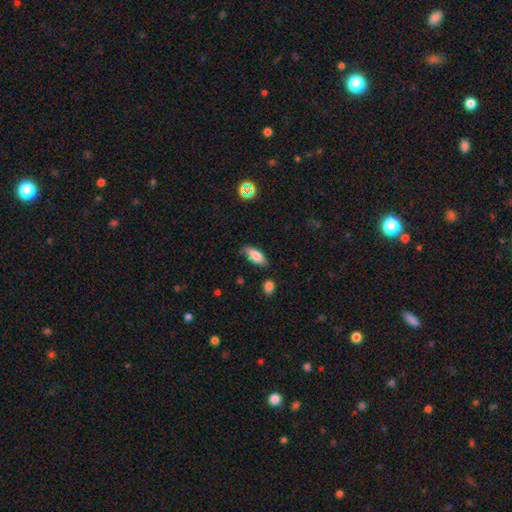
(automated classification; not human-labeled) Q: Smooth or featured?
A: smooth (81%); runner-up: featured or disk (12%)
Q: How rounded?
A: in between (78%); runner-up: cigar-shaped (20%)
Q: Merging?
A: none (82%); runner-up: minor disturbance (13%)